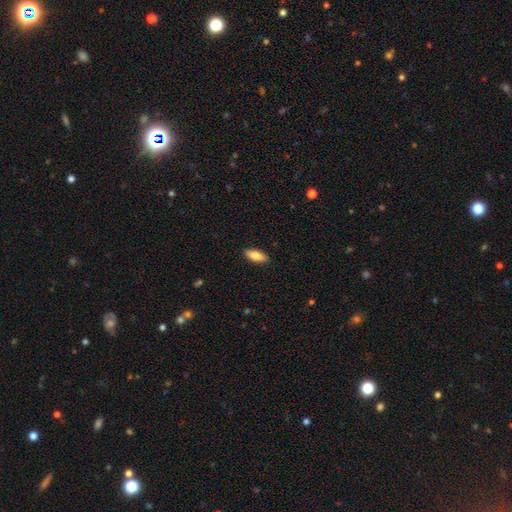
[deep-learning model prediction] A smooth galaxy with no disk features (83%) that is in between round and cigar-shaped (73%).

Vote fractions:
- Smooth or featured? smooth: 83% / featured or disk: 11% / star or artifact: 6%
- How rounded? in between: 73% / cigar-shaped: 25% / round: 2%
- Merging? none: 89% / minor disturbance: 8% / major disturbance: 2% / merger: 1%